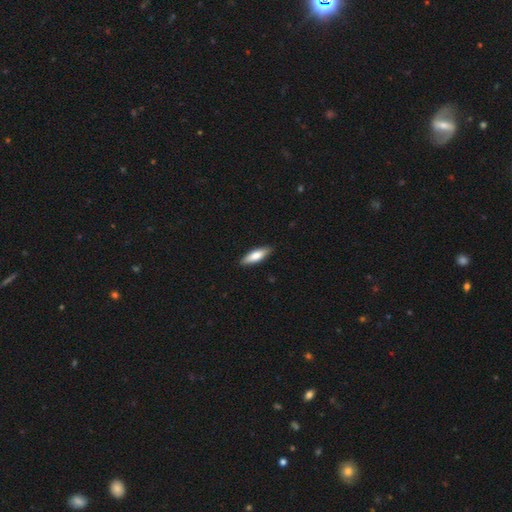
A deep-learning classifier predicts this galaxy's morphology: This is likely a smooth galaxy (71%). How rounded: possibly cigar-shaped (55%). Merging: clearly none (89%).